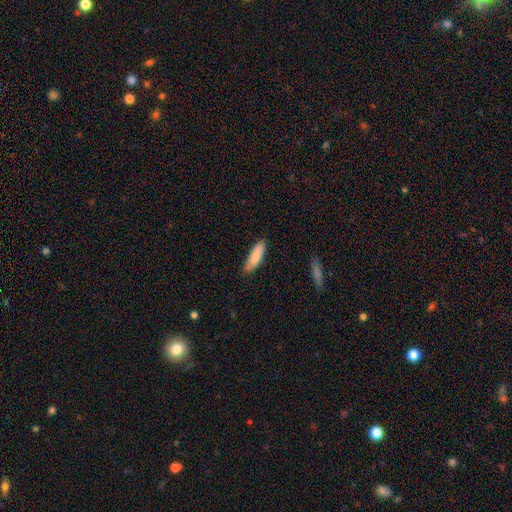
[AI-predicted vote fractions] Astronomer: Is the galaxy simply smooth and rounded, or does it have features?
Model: smooth — 86%.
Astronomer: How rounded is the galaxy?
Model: in between — 51% (runner-up: cigar-shaped, 48%).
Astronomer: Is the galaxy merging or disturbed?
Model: none — 84%.